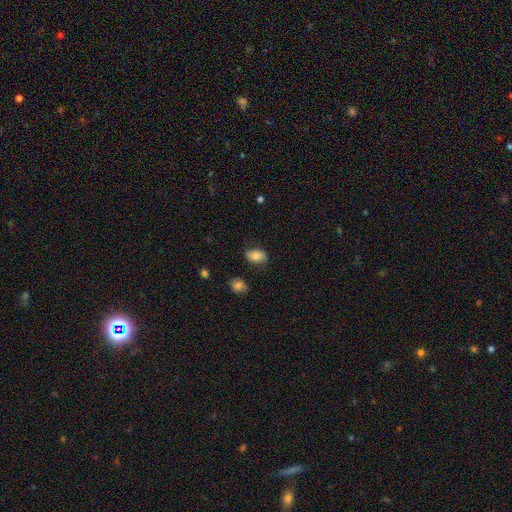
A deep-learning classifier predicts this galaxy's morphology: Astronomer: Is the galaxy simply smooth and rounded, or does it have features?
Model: smooth — 78%.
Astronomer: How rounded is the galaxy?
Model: in between — 87%.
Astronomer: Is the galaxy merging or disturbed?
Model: none — 76%.